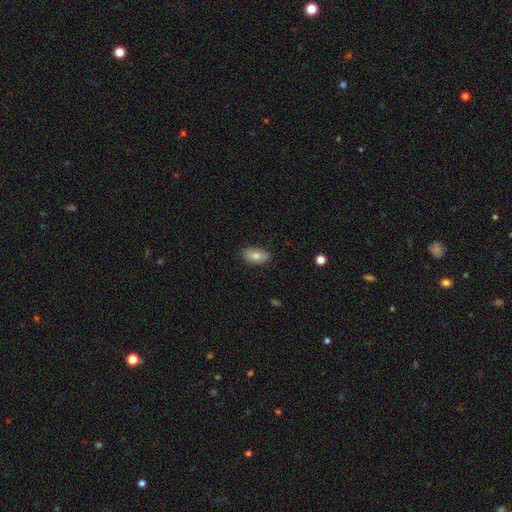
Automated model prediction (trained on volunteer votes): Smooth or featured? Predicted: smooth (p=0.76). How rounded? Predicted: in between (p=0.91). Merging? Predicted: none (p=0.85).